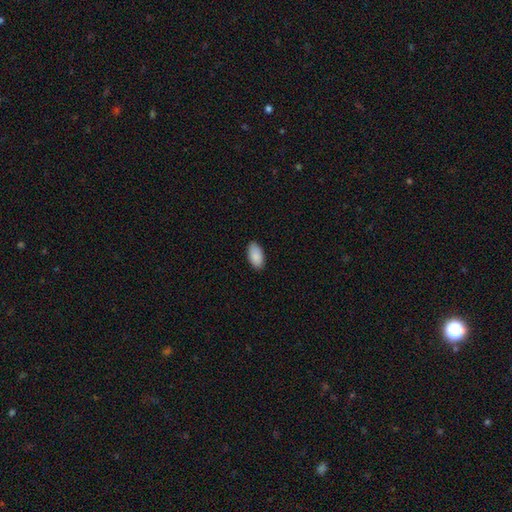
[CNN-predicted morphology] Smooth or featured?
  - smooth: 89% *
  - star or artifact: 6%
  - featured or disk: 4%
How rounded?
  - in between: 95% *
  - cigar-shaped: 3%
  - round: 2%
Merging?
  - none: 87% *
  - minor disturbance: 10%
  - major disturbance: 2%
  - merger: 1%